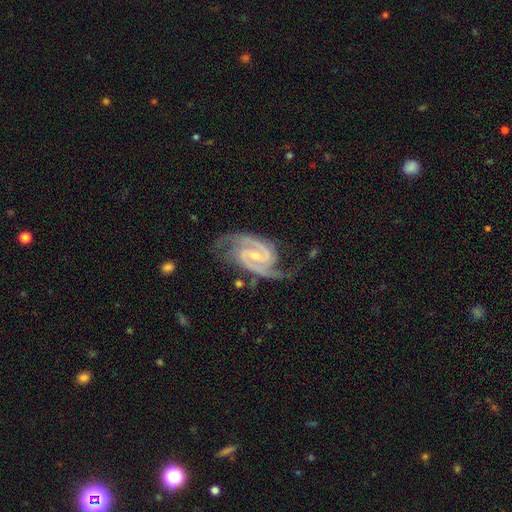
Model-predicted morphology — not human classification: Smooth or featured?
  - featured or disk: 94% *
  - star or artifact: 4%
  - smooth: 2%
Edge-on disk?
  - no: 98% *
  - yes: 2%
Bar?
  - weak: 48% *
  - no: 30%
  - strong: 22%
Spiral arms?
  - yes: 99% *
  - no: 1%
Spiral winding?
  - medium: 53% *
  - tight: 39%
  - loose: 8%
Spiral arm count?
  - 2: 90% *
  - 3: 5%
  - can't tell: 2%
  - 4: 1%
  - 1: 1%
  - more than 4: 1%
Bulge size?
  - small: 64% *
  - moderate: 32%
  - none: 3%
  - large: 1%
  - dominant: 1%
Merging?
  - none: 70% *
  - minor disturbance: 20%
  - major disturbance: 8%
  - merger: 2%